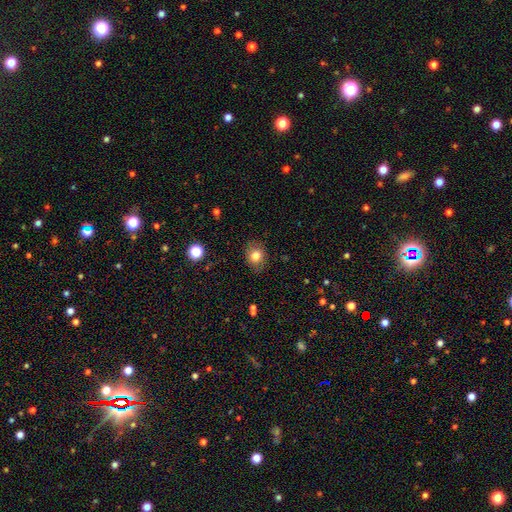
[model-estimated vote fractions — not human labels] Morphology: type=smooth (80%); roundness=round (57%); merging=none (83%).